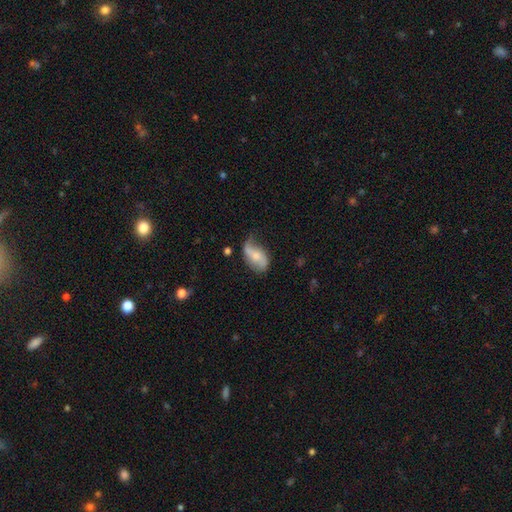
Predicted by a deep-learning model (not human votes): Q: Smooth or featured?
A: featured or disk (52%); runner-up: smooth (41%)
Q: Edge-on disk?
A: no (93%); runner-up: yes (7%)
Q: Merging?
A: none (49%); runner-up: minor disturbance (34%)